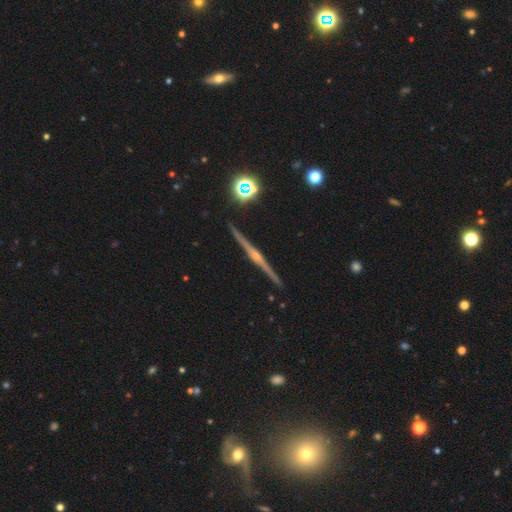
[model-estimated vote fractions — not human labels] A featured or disk galaxy (88%) viewed edge-on (99%) with a rounded central bulge (87%).

Vote fractions:
- Smooth or featured? featured or disk: 88% / smooth: 7% / star or artifact: 6%
- Edge-on disk? yes: 99% / no: 1%
- Edge-on bulge? rounded: 87% / none: 7% / boxy: 6%
- Merging? none: 93% / minor disturbance: 5% / merger: 1% / major disturbance: 1%